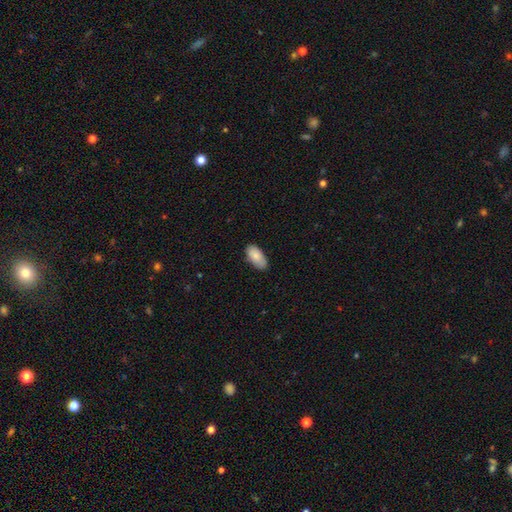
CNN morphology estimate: A smooth galaxy with no disk features (85%) that is in between round and cigar-shaped (93%).

Vote fractions:
- Smooth or featured? smooth: 85% / featured or disk: 9% / star or artifact: 6%
- How rounded? in between: 93% / cigar-shaped: 5% / round: 2%
- Merging? none: 78% / minor disturbance: 18% / major disturbance: 3% / merger: 1%